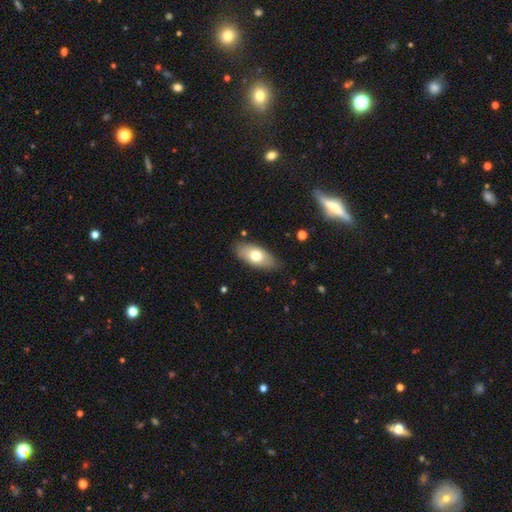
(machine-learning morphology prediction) smooth 70%, featured or disk 24%, star or artifact 6%. Down the decision tree: how rounded — in between (87%); merging — none (83%).